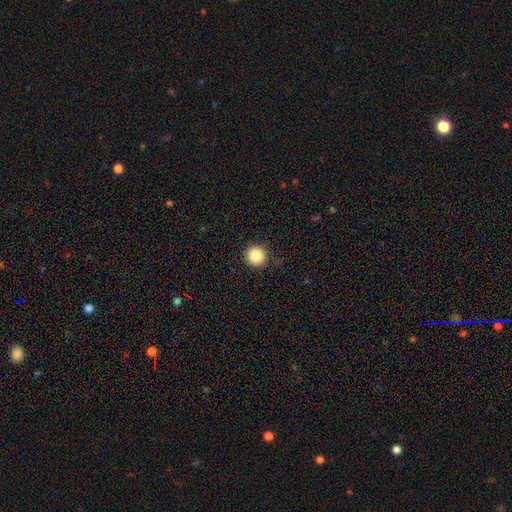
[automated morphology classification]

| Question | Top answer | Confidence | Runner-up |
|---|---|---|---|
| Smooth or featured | smooth | 86% | star or artifact (10%) |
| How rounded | round | 94% | in between (5%) |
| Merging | none | 89% | minor disturbance (8%) |